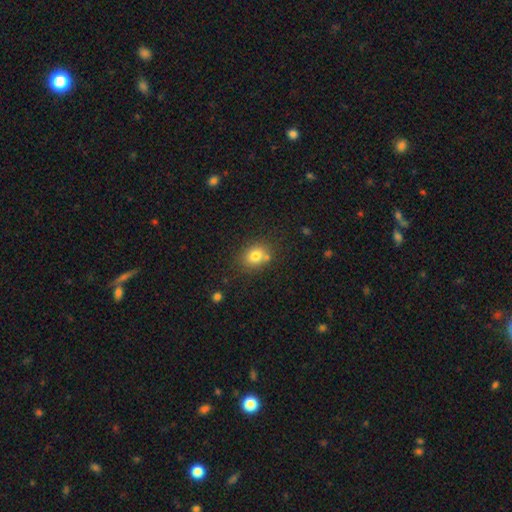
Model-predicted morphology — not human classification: smooth 78%, star or artifact 12%, featured or disk 10%. Down the decision tree: how rounded — round (57%); merging — none (71%).